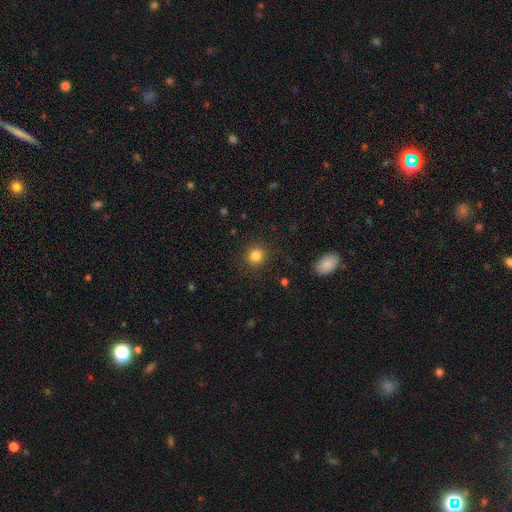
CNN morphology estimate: smooth-or-featured: smooth: 83% | star or artifact: 12% | featured or disk: 5%
  how-rounded: round: 90% | in between: 9% | cigar-shaped: 1%
  merging: none: 89% | minor disturbance: 7% | major disturbance: 3% | merger: 1%